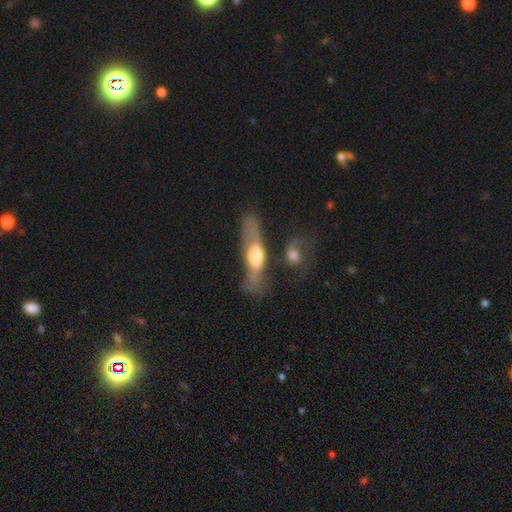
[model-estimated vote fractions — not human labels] A featured or disk galaxy (53%) viewed edge-on (65%). Merging: none (39%).